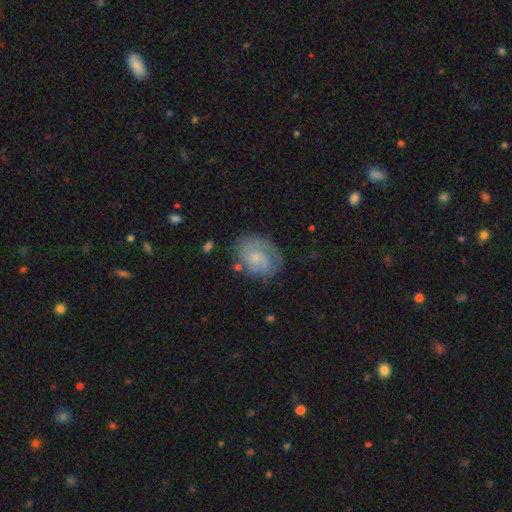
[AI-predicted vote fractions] A featured or disk galaxy (62%) with no bar (63%), 2 (44%) tight (45%) spiral arms (85%) and a small central bulge (54%).

Vote fractions:
- Smooth or featured? featured or disk: 62% / smooth: 31% / star or artifact: 8%
- Edge-on disk? no: 97% / yes: 3%
- Bar? no: 63% / weak: 32% / strong: 5%
- Spiral arms? yes: 85% / no: 15%
- Spiral winding? tight: 45% / medium: 38% / loose: 17%
- Spiral arm count? 2: 44% / 1: 25% / can't tell: 22% / 3: 6% / 4: 2% / more than 4: 2%
- Bulge size? small: 54% / none: 24% / moderate: 19% / large: 2% / dominant: 1%
- Merging? none: 65% / minor disturbance: 21% / major disturbance: 11% / merger: 3%